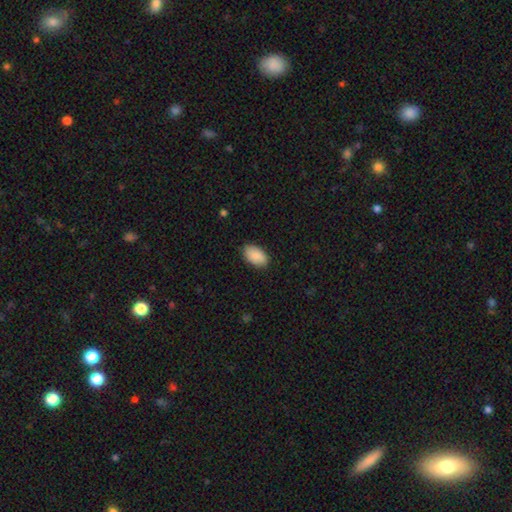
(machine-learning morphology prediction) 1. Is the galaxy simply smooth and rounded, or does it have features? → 90% smooth, 6% star or artifact, 4% featured or disk.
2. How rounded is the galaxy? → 95% in between, 4% round, 1% cigar-shaped.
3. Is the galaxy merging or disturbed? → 87% none, 10% minor disturbance, 2% major disturbance, 1% merger.